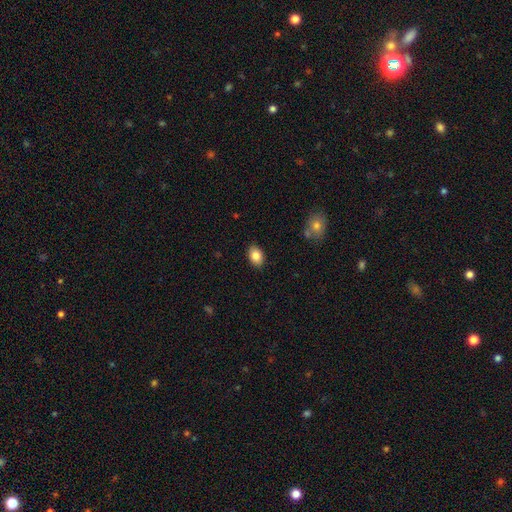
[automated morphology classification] This is clearly a smooth galaxy (85%). How rounded: clearly in between (81%). Merging: clearly none (88%).